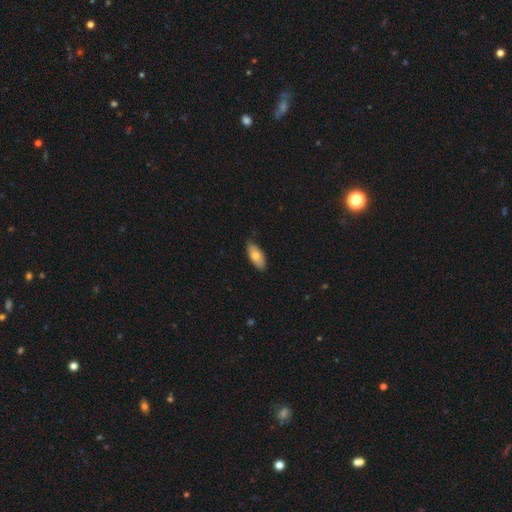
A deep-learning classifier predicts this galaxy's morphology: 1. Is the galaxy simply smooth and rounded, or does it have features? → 72% smooth, 22% featured or disk, 6% star or artifact.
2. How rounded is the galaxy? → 87% in between, 10% cigar-shaped, 3% round.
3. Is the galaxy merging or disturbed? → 83% none, 14% minor disturbance, 2% major disturbance, 1% merger.